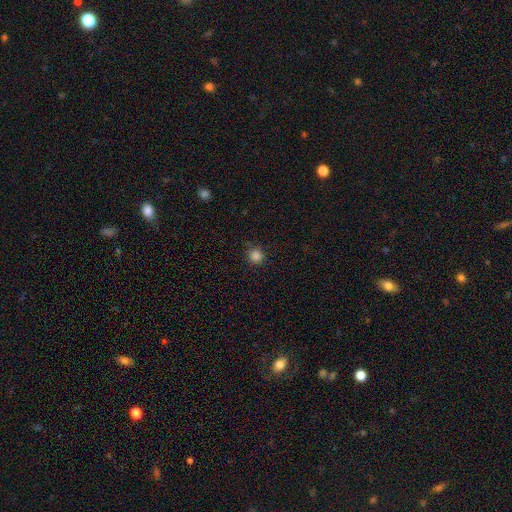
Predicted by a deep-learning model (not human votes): Smooth or featured? Predicted: smooth (p=0.84). How rounded? Predicted: round (p=0.94). Merging? Predicted: none (p=0.87).